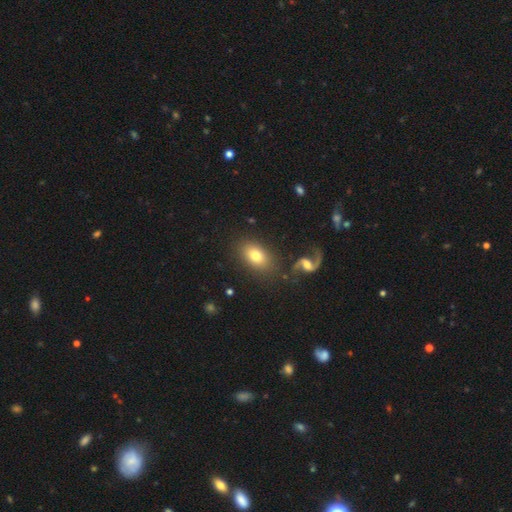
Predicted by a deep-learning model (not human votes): Morphology: type=smooth (71%); roundness=in between (82%); merging=none (79%).